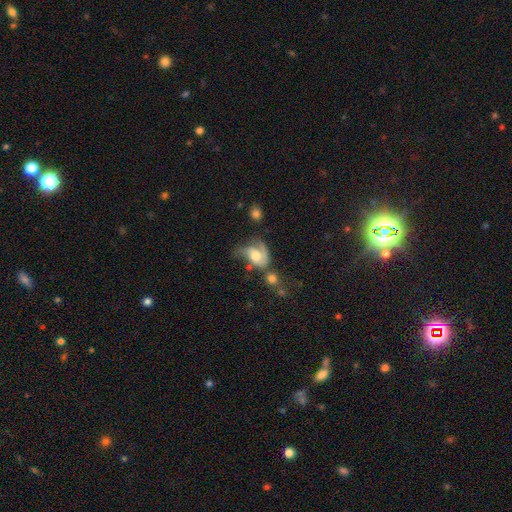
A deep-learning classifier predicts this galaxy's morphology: This is possibly a featured or disk galaxy (59%). It is clearly not viewed edge-on (97%). Bar: likely no (69%). Spiral arm pattern: likely yes (79%). Central bulge: likely moderate (63%). Merging: marginally major disturbance (35%).